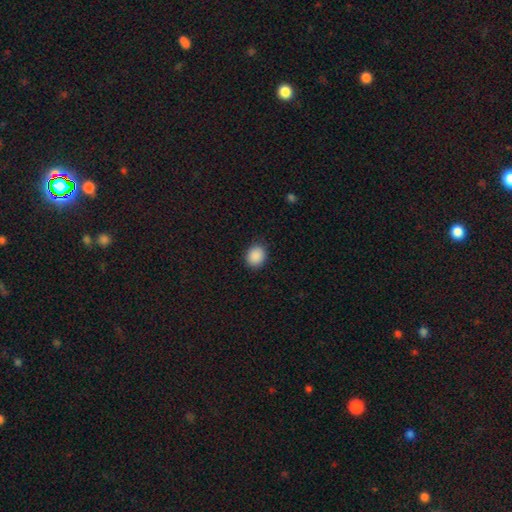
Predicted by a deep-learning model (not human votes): Overall: smooth (90%). How rounded: round (61%; in between 38%). Merging: none (88%).